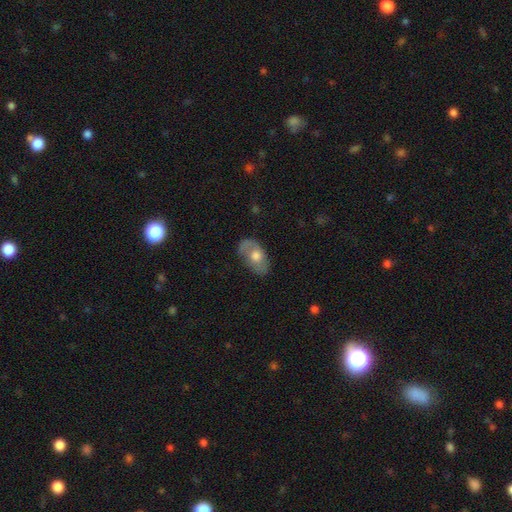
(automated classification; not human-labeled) A smooth galaxy with no disk features (53%) that is in between round and cigar-shaped (89%). Merging: none (70%).